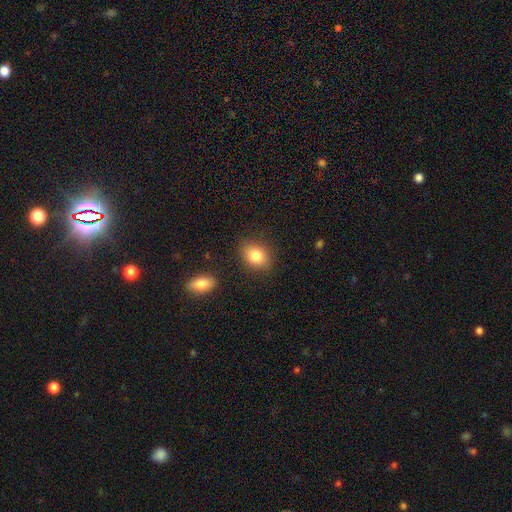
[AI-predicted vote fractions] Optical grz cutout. It shows a smooth galaxy with no disk features (83%) that is in between round and cigar-shaped (67%). Merging: none (83%).